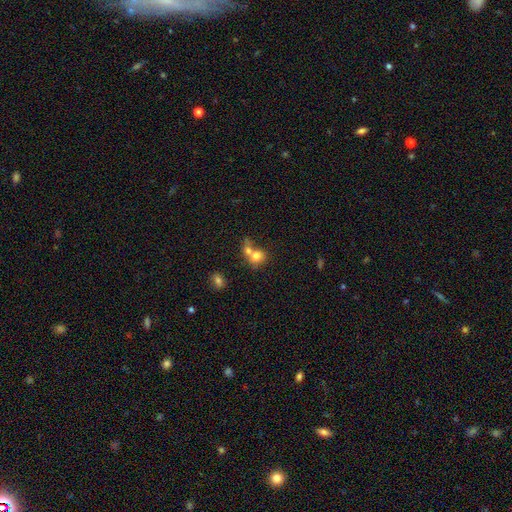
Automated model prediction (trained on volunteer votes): A smooth galaxy with no disk features (74%) that is round (71%). Merging: merger (61%).